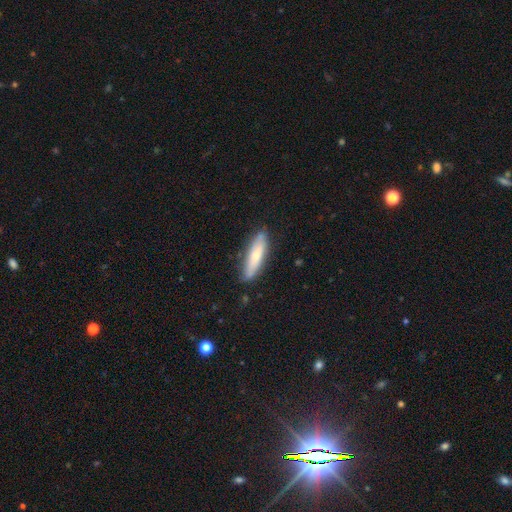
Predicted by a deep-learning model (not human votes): Smooth or featured? smooth (68%)
How rounded? cigar-shaped (69%)
Merging? none (81%)